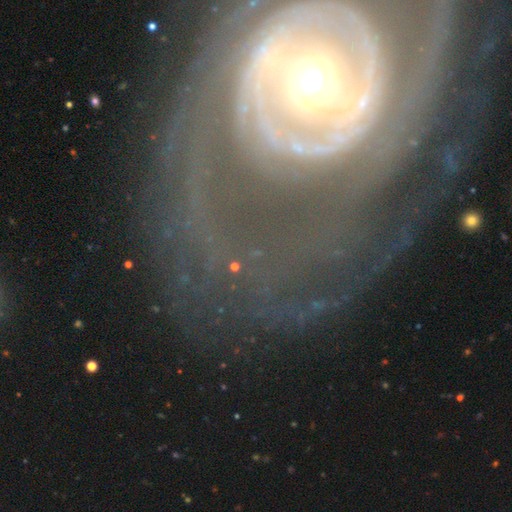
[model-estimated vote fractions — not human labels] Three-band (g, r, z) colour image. It shows a featured or disk galaxy (78%) with no bar (53%), tight (64%) spiral arms (83%) and a moderate central bulge (49%). Merging: none (62%).